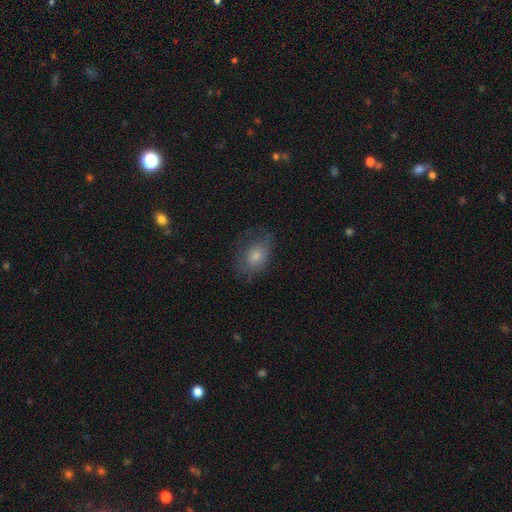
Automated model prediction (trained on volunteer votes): This is possibly a smooth galaxy (60%). How rounded: likely in between (73%). Merging: likely none (62%).